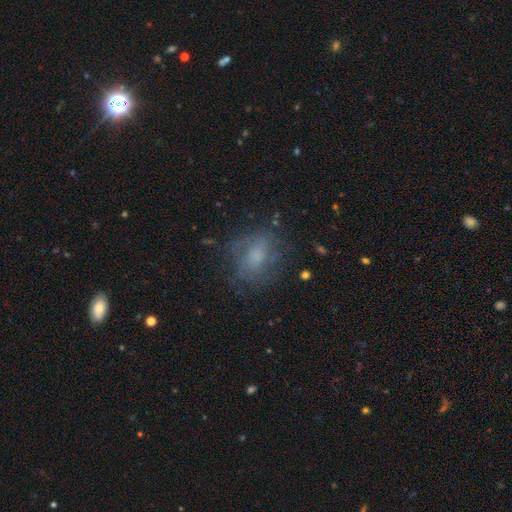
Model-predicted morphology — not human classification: Smooth or featured: smooth — 46% (featured or disk — 40%)
Merging: none — 65% (minor disturbance — 20%)